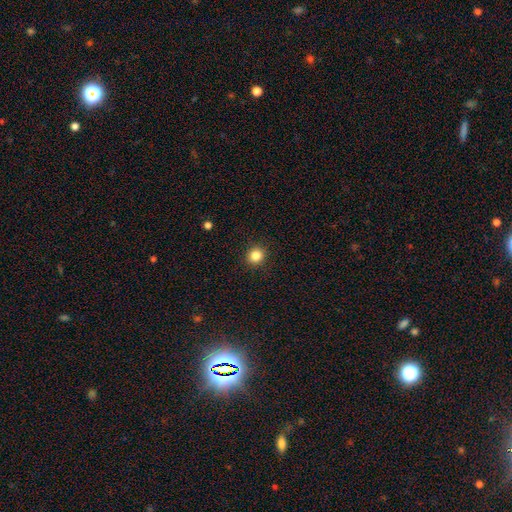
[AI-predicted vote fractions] smooth_or_featured: smooth (p=0.85) [alt: star or artifact p=0.11]
how_rounded: round (p=0.85) [alt: in between p=0.14]
merging: none (p=0.92) [alt: minor disturbance p=0.06]